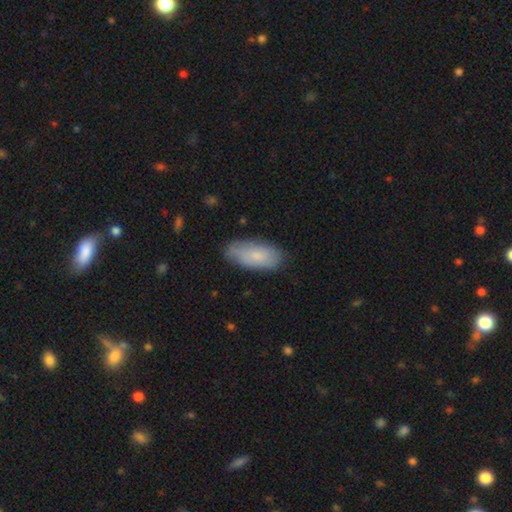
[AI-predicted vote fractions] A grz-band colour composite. It shows a smooth galaxy with no disk features (79%) that is in between round and cigar-shaped (89%). Merging: none (73%).